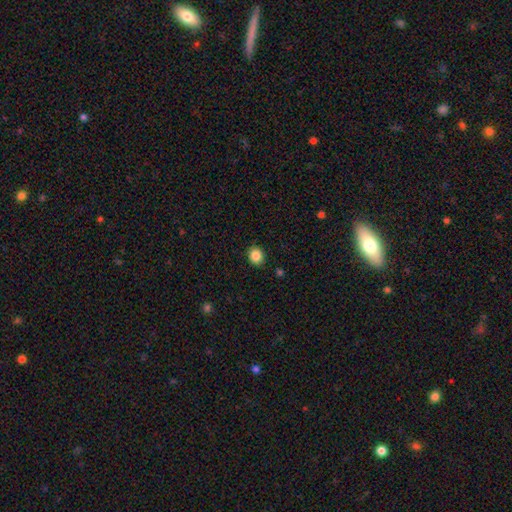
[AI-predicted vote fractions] smooth 86%, star or artifact 10%, featured or disk 4%. Down the decision tree: how rounded — round (71%); merging — none (90%).